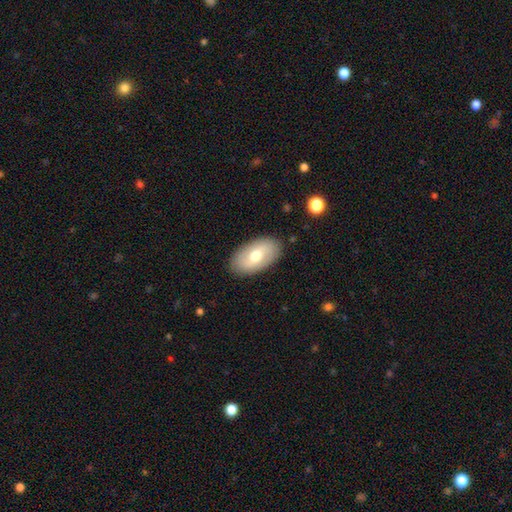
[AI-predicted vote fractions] A smooth galaxy with no disk features (62%) that is in between round and cigar-shaped (94%).

Vote fractions:
- Smooth or featured? smooth: 62% / featured or disk: 32% / star or artifact: 6%
- How rounded? in between: 94% / round: 4% / cigar-shaped: 2%
- Merging? none: 87% / minor disturbance: 10% / major disturbance: 3% / merger: 1%